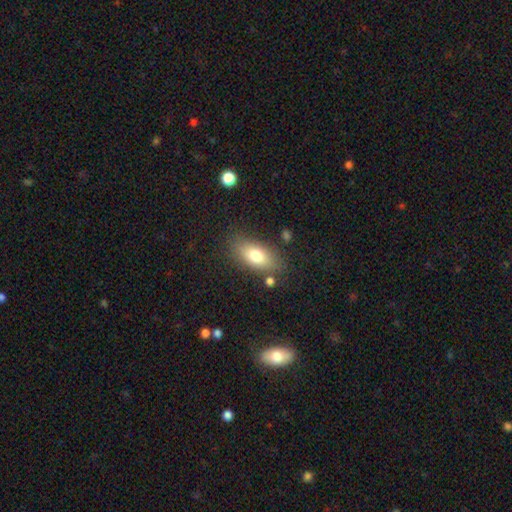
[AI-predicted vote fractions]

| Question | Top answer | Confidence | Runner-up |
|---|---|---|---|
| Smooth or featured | smooth | 77% | featured or disk (15%) |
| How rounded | in between | 85% | cigar-shaped (10%) |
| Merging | none | 79% | minor disturbance (13%) |